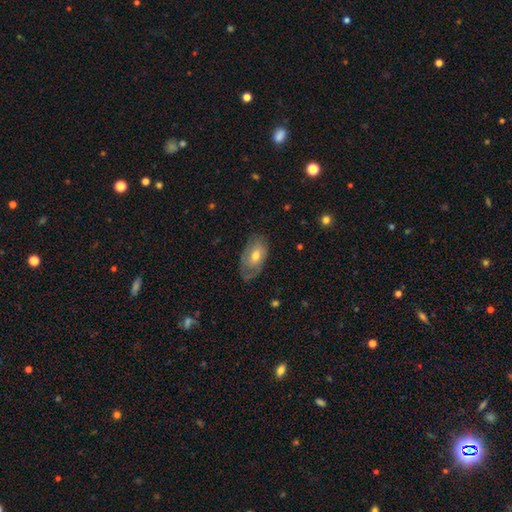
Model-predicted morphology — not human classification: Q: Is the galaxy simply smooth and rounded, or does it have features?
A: smooth — 47%.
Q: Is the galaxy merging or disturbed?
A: none — 65%.